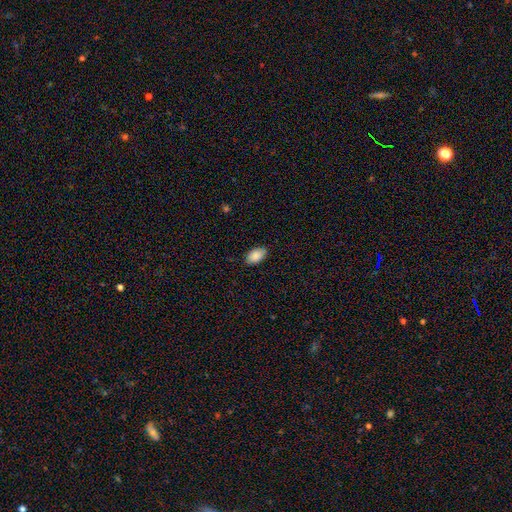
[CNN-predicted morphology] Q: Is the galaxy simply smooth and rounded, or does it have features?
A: smooth — 89%.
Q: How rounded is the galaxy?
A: in between — 93%.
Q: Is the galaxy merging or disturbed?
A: none — 84%.